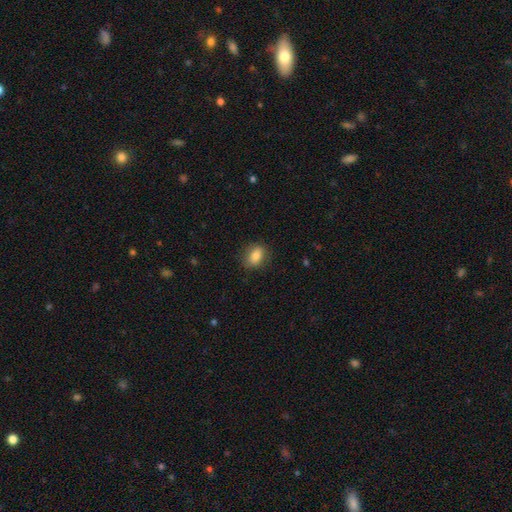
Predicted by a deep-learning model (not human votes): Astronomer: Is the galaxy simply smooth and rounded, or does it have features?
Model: smooth — 84%.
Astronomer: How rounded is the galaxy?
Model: in between — 75%.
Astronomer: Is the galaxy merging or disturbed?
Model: none — 82%.